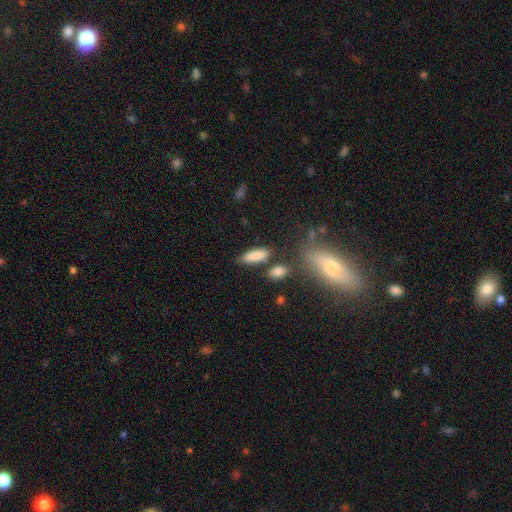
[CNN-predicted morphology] This is clearly a smooth galaxy (85%). How rounded: likely in between (68%). Merging: likely none (70%).